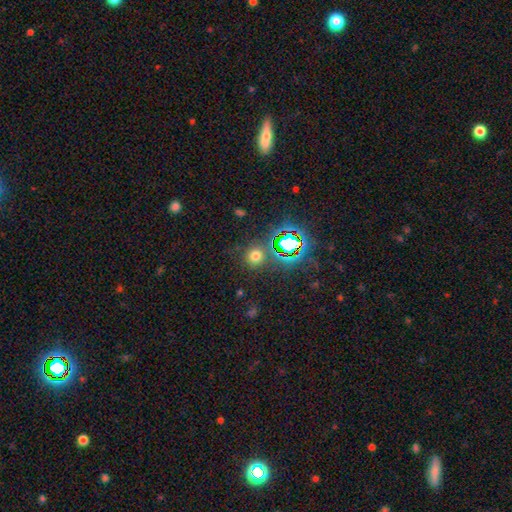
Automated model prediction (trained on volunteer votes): A smooth galaxy with no disk features (61%) that is round (88%).

Vote fractions:
- Smooth or featured? smooth: 61% / star or artifact: 32% / featured or disk: 7%
- How rounded? round: 88% / in between: 11% / cigar-shaped: 1%
- Merging? none: 82% / minor disturbance: 9% / merger: 5% / major disturbance: 4%